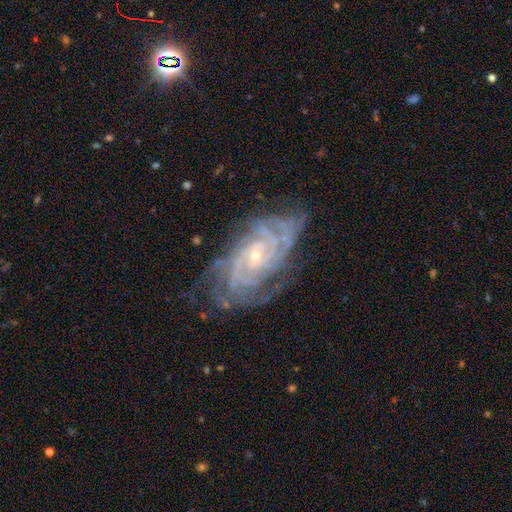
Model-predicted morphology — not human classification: Smooth or featured?
  - featured or disk: 88% *
  - star or artifact: 7%
  - smooth: 5%
Edge-on disk?
  - no: 95% *
  - yes: 5%
Bar?
  - no: 62% *
  - weak: 28%
  - strong: 10%
Spiral arms?
  - yes: 98% *
  - no: 2%
Spiral winding?
  - tight: 74% *
  - medium: 22%
  - loose: 4%
Spiral arm count?
  - can't tell: 25% *
  - 4: 23%
  - 3: 16%
  - more than 4: 14%
  - 2: 14%
  - 1: 7%
Bulge size?
  - small: 77% *
  - moderate: 19%
  - none: 2%
  - large: 1%
  - dominant: 1%
Merging?
  - none: 71% *
  - minor disturbance: 19%
  - major disturbance: 8%
  - merger: 2%